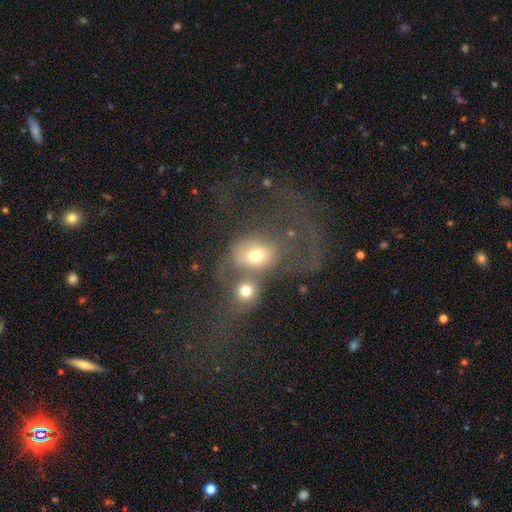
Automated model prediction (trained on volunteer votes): The model was most divided on "how rounded": in between: 50%, round: 49%, cigar-shaped: 2%. More confident: merging — merger (60%); smooth or featured — smooth (55%).